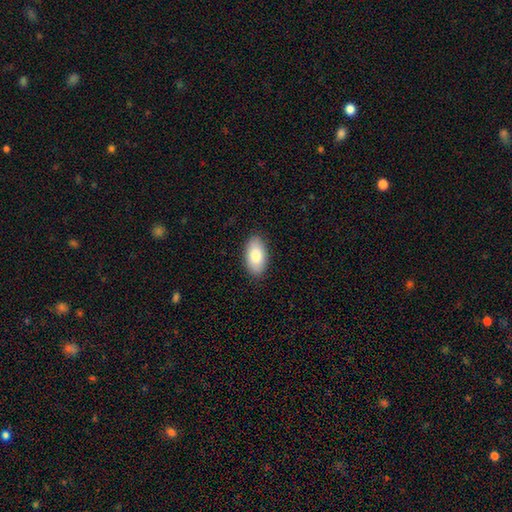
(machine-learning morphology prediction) smooth-or-featured: smooth: 82% | featured or disk: 11% | star or artifact: 6%
  how-rounded: in between: 95% | round: 3% | cigar-shaped: 2%
  merging: none: 89% | minor disturbance: 9% | major disturbance: 2% | merger: 1%